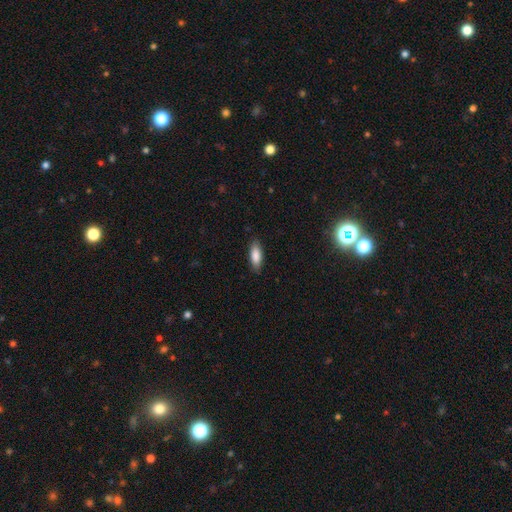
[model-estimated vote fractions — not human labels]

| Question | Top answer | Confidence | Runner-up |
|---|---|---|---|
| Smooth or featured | smooth | 86% | featured or disk (8%) |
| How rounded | in between | 71% | cigar-shaped (27%) |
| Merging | none | 87% | minor disturbance (10%) |